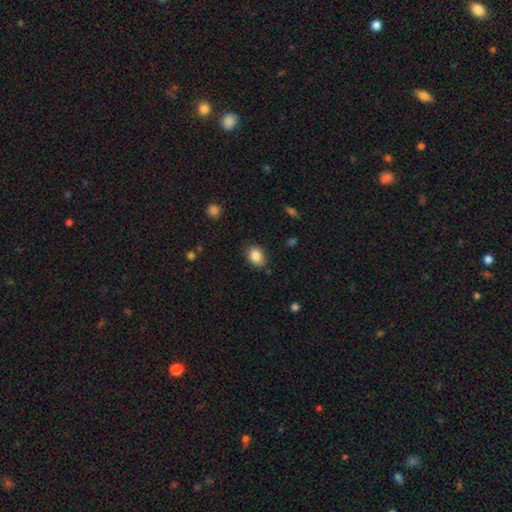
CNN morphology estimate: smooth-or-featured: smooth: 85% | star or artifact: 9% | featured or disk: 6%
  how-rounded: in between: 60% | round: 39% | cigar-shaped: 1%
  merging: none: 83% | minor disturbance: 13% | major disturbance: 3% | merger: 2%